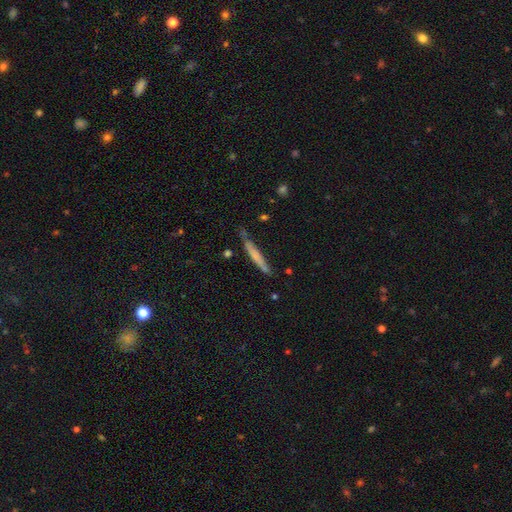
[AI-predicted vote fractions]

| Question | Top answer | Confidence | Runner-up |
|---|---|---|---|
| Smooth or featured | smooth | 57% | featured or disk (36%) |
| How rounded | cigar-shaped | 95% | in between (4%) |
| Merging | none | 73% | minor disturbance (20%) |